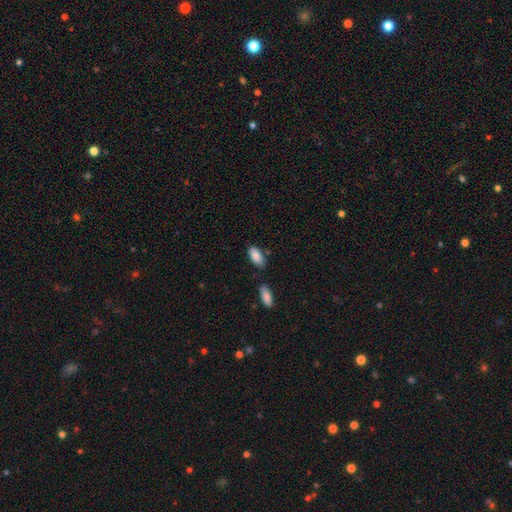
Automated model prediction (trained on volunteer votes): Smooth or featured? smooth (88%)
How rounded? in between (89%)
Merging? none (66%)